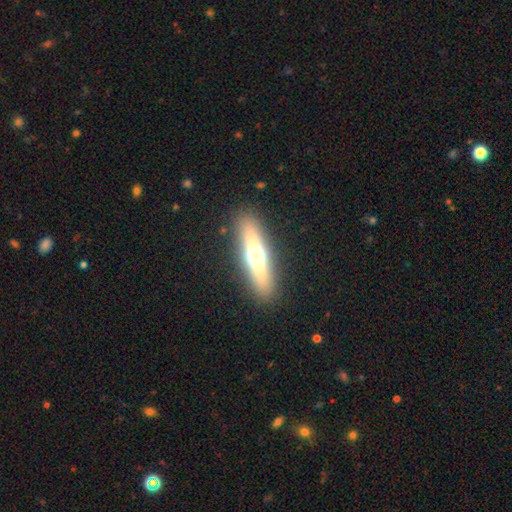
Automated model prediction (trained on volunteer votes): Smooth or featured: featured or disk — 52% (smooth — 39%)
Edge-on disk: yes — 86% (no — 14%)
Merging: none — 89% (minor disturbance — 7%)